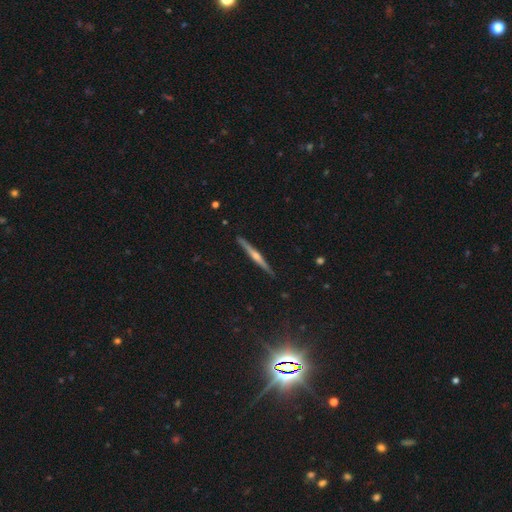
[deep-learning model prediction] A featured or disk galaxy (77%) viewed edge-on (98%) with a rounded central bulge (83%). Merging: none (91%).